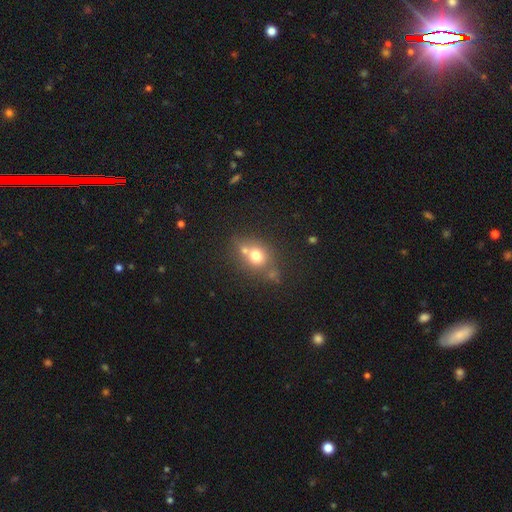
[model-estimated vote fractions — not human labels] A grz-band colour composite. It shows a smooth galaxy with no disk features (70%) that is round (66%). Merging: none (46%).